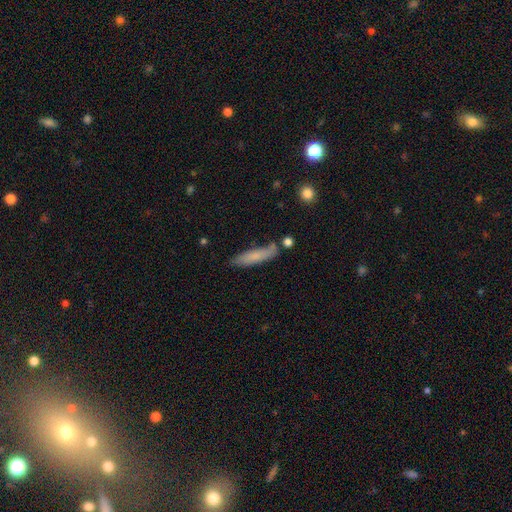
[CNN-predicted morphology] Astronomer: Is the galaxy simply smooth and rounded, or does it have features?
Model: smooth — 76%.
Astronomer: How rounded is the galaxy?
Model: cigar-shaped — 82%.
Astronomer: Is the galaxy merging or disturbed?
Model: none — 71%.